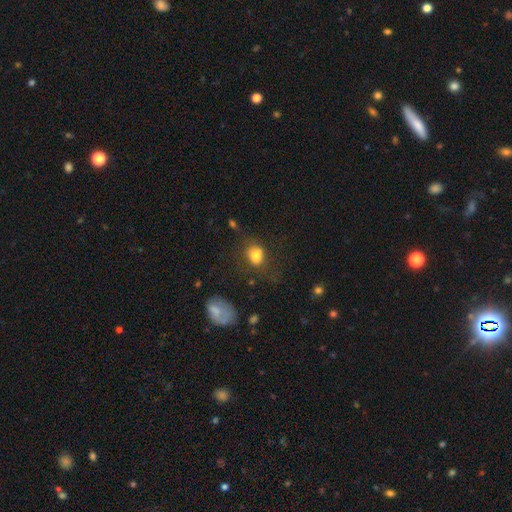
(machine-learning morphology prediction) A smooth galaxy with no disk features (77%) that is in between round and cigar-shaped (51%).

Vote fractions:
- Smooth or featured? smooth: 77% / featured or disk: 12% / star or artifact: 11%
- How rounded? in between: 51% / round: 47% / cigar-shaped: 2%
- Merging? none: 51% / minor disturbance: 22% / major disturbance: 18% / merger: 9%